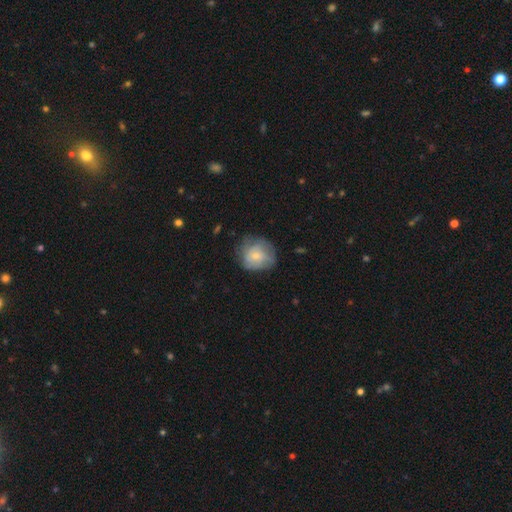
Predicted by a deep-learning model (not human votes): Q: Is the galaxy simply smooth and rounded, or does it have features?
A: smooth — 57%.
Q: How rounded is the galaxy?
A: round — 82%.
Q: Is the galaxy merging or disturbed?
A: none — 61%.